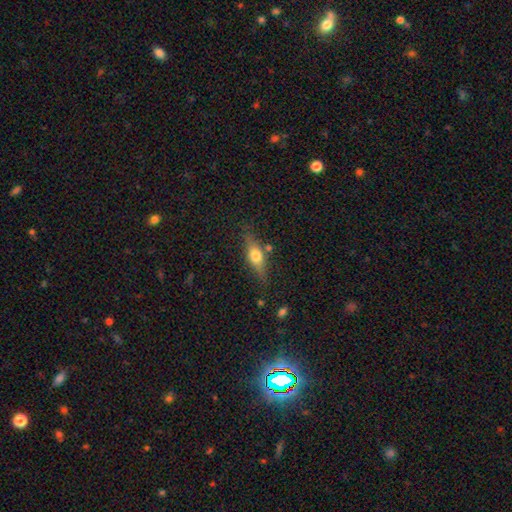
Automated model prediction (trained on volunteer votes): A smooth galaxy with no disk features (52%) that is in between round and cigar-shaped (53%).

Vote fractions:
- Smooth or featured? smooth: 52% / featured or disk: 40% / star or artifact: 8%
- How rounded? in between: 53% / cigar-shaped: 40% / round: 6%
- Merging? none: 77% / minor disturbance: 15% / merger: 4% / major disturbance: 4%